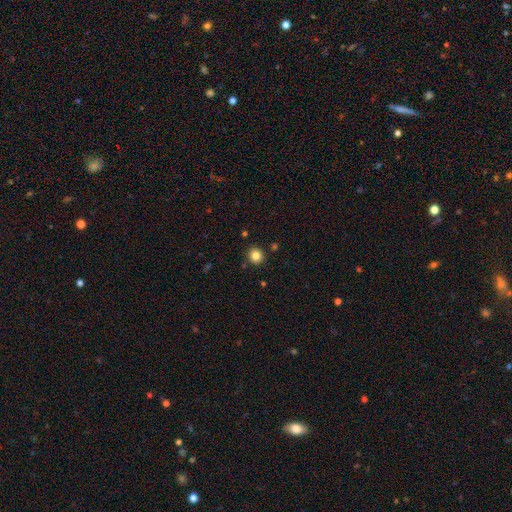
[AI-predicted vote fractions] Q: Smooth or featured?
A: smooth (83%); runner-up: star or artifact (12%)
Q: How rounded?
A: round (89%); runner-up: in between (10%)
Q: Merging?
A: none (90%); runner-up: minor disturbance (6%)